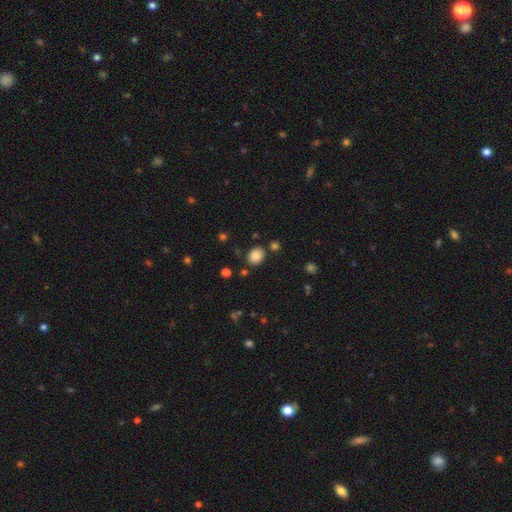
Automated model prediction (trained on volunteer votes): smooth 85%, star or artifact 10%, featured or disk 5%. Down the decision tree: how rounded — in between (53%); merging — none (81%).